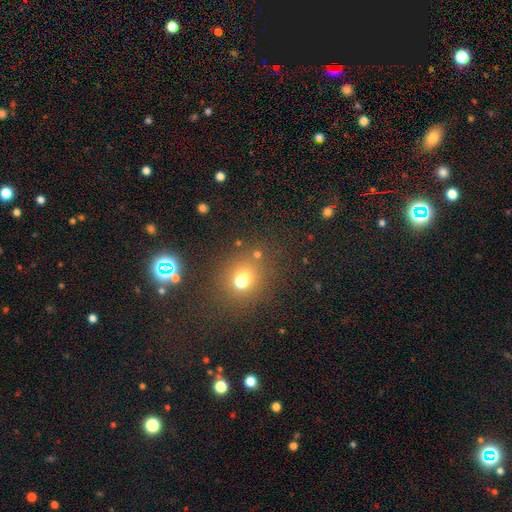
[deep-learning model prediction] Smooth or featured? smooth (54%)
How rounded? round (81%)
Merging? none (81%)